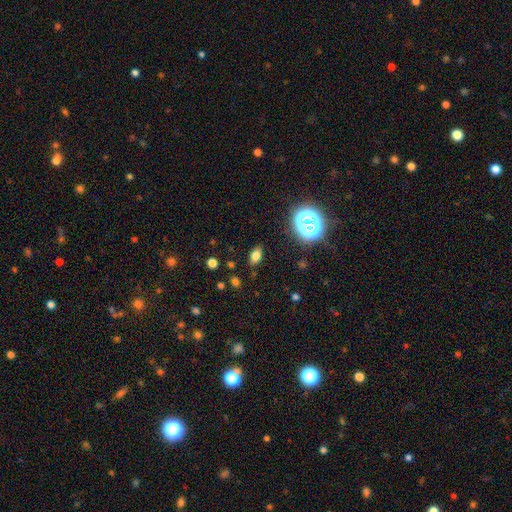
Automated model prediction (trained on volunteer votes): Morphology: type=smooth (73%); roundness=in between (84%); merging=none (85%).